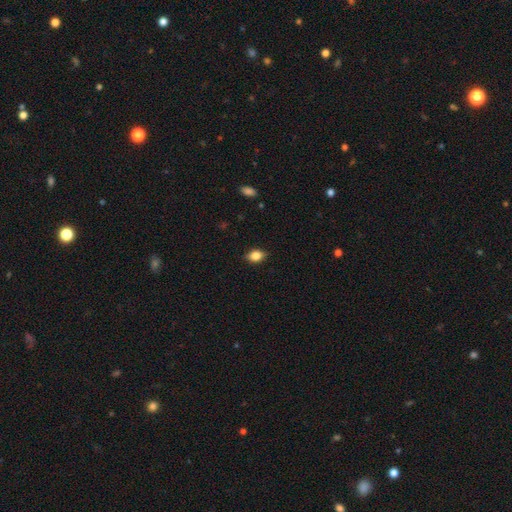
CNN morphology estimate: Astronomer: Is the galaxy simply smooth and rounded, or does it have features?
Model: smooth — 83%.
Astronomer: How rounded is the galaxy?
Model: in between — 73%.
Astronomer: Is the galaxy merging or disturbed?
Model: none — 84%.